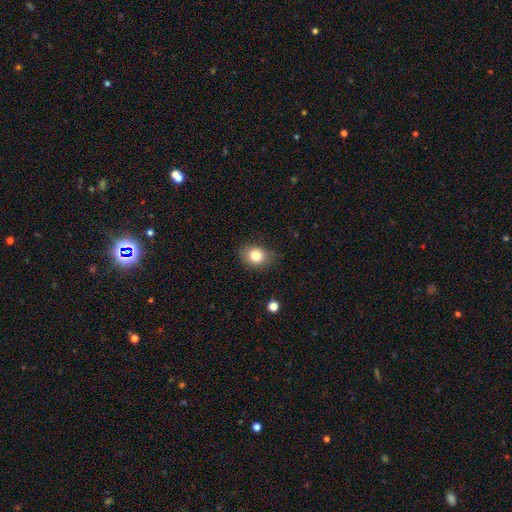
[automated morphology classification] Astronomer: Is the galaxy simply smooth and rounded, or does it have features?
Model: smooth — 81%.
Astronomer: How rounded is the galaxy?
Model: round — 52% (runner-up: in between, 47%).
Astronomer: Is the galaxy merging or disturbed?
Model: none — 80%.